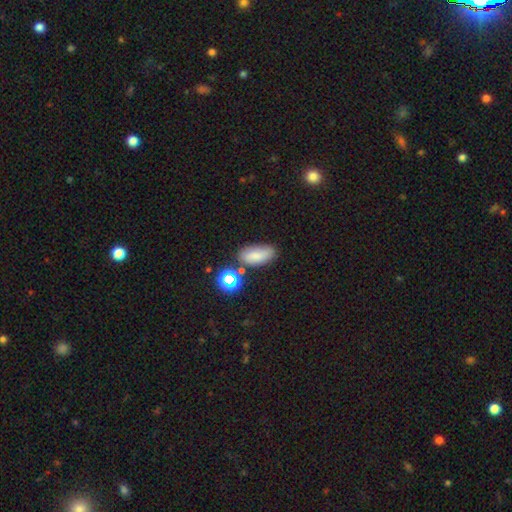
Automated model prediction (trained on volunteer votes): Morphology: type=smooth (70%); roundness=in between (85%); merging=none (69%).